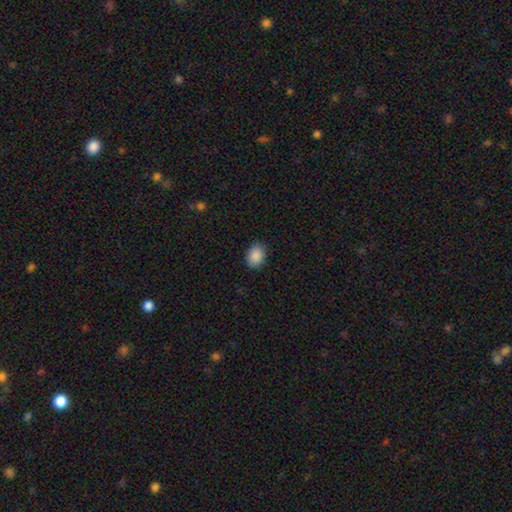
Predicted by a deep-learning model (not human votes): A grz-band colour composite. It shows a smooth galaxy with no disk features (89%) that is in between round and cigar-shaped (70%). Merging: none (86%).